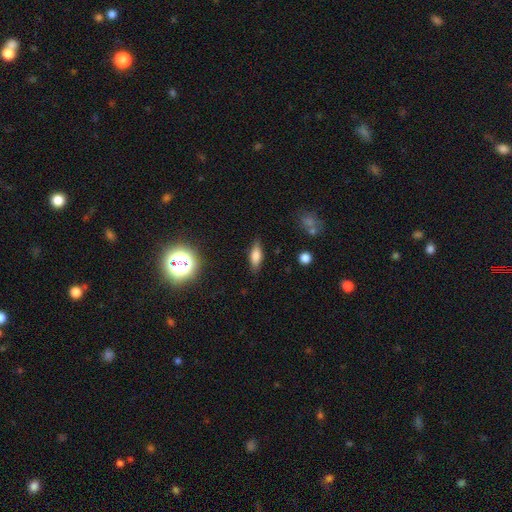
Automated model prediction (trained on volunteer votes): A smooth galaxy with no disk features (71%) that is in between round and cigar-shaped (67%).

Vote fractions:
- Smooth or featured? smooth: 71% / featured or disk: 18% / star or artifact: 11%
- How rounded? in between: 67% / cigar-shaped: 29% / round: 4%
- Merging? none: 83% / minor disturbance: 13% / major disturbance: 3% / merger: 2%